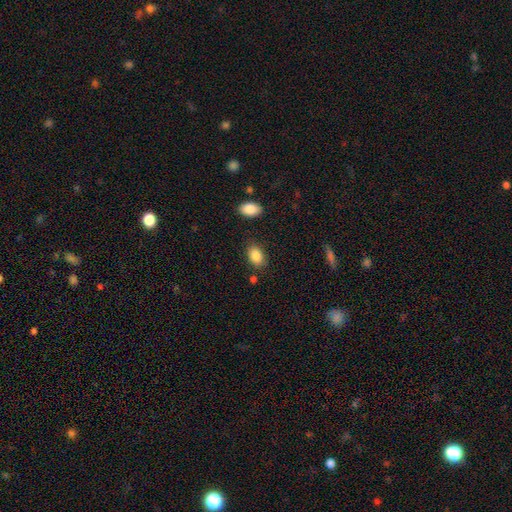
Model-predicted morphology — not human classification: Smooth or featured? Predicted: smooth (p=0.87). How rounded? Predicted: in between (p=0.86). Merging? Predicted: none (p=0.81).